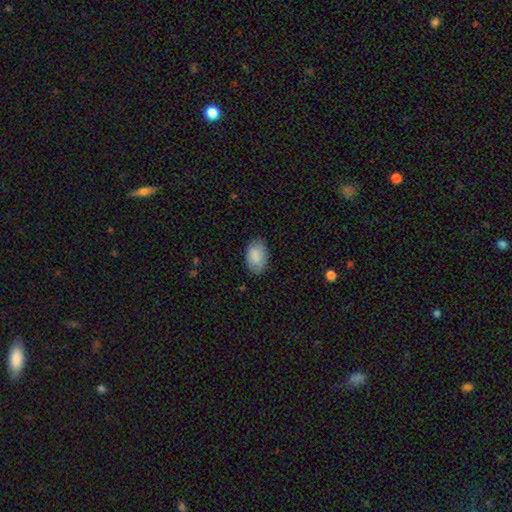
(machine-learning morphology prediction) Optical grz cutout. It shows a smooth galaxy with no disk features (88%) that is in between round and cigar-shaped (92%). Merging: none (82%).